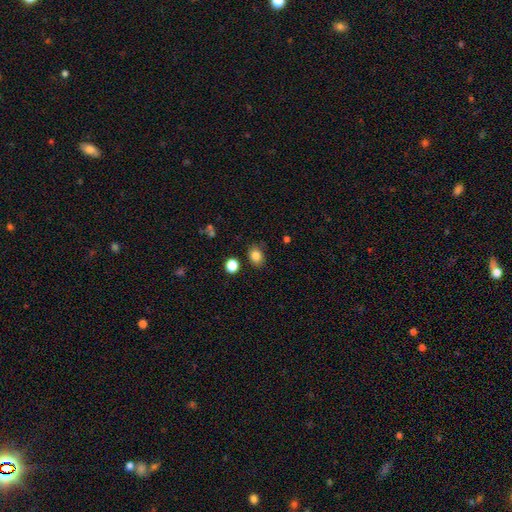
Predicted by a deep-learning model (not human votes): This appears to be a smooth galaxy with no disk features (84%) that is in between round and cigar-shaped (50%). Merging: none (81%).